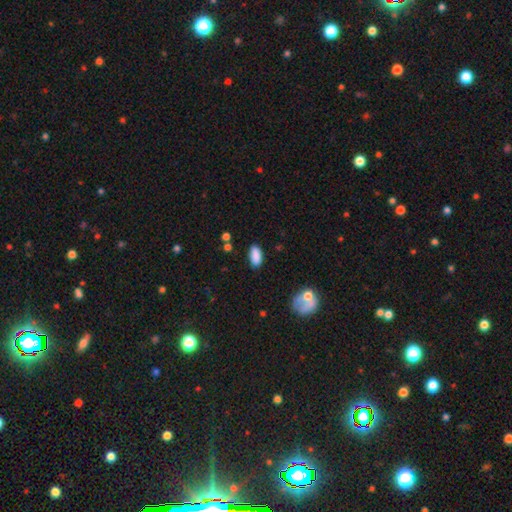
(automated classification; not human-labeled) Overall: smooth (87%). How rounded: in between (92%). Merging: none (82%).